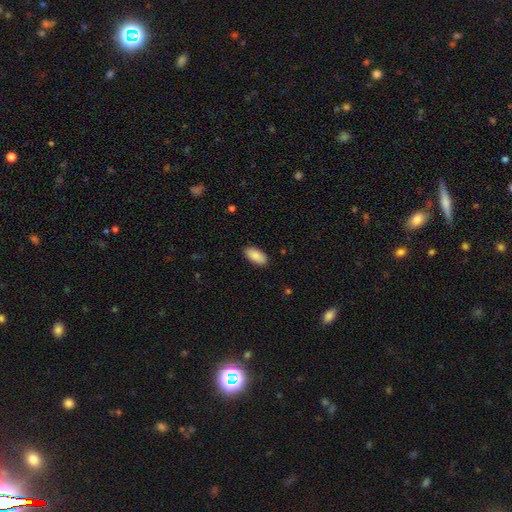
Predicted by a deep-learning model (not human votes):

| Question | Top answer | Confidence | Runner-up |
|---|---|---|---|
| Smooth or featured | smooth | 90% | star or artifact (6%) |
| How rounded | in between | 93% | cigar-shaped (5%) |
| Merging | none | 88% | minor disturbance (9%) |